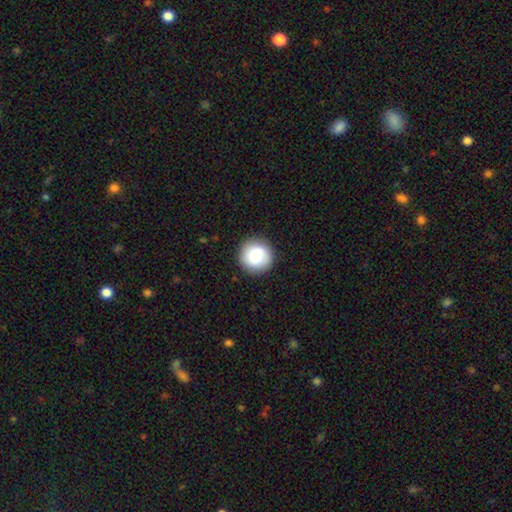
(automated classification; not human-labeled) Morphology: type=smooth (83%); roundness=round (94%); merging=none (89%).